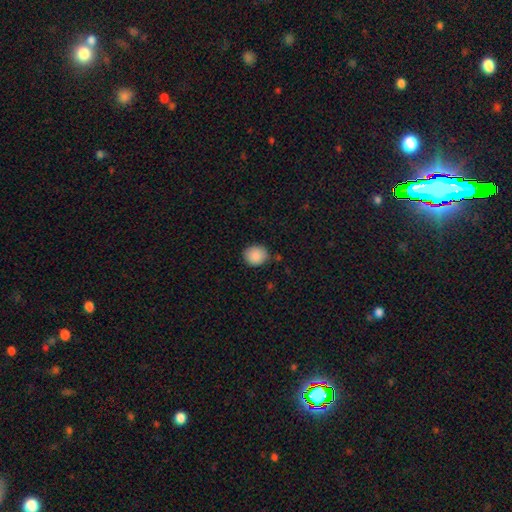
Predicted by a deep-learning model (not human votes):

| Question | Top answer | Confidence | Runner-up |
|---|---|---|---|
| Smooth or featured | smooth | 89% | star or artifact (8%) |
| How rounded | round | 76% | in between (23%) |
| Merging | none | 80% | minor disturbance (14%) |